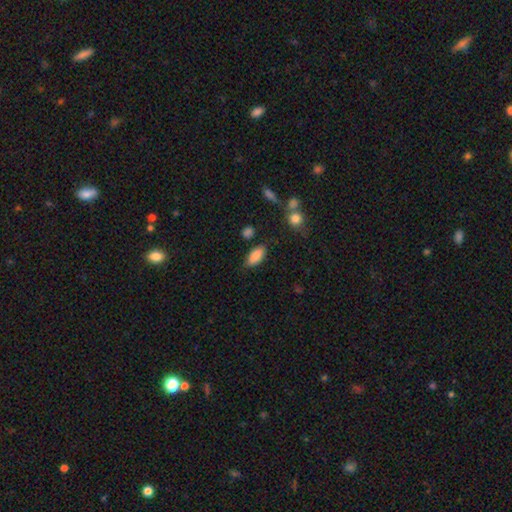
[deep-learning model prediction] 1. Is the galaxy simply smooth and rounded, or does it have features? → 87% smooth, 7% star or artifact, 6% featured or disk.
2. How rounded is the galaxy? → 87% in between, 10% cigar-shaped, 3% round.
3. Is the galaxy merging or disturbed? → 78% none, 15% minor disturbance, 4% major disturbance, 3% merger.